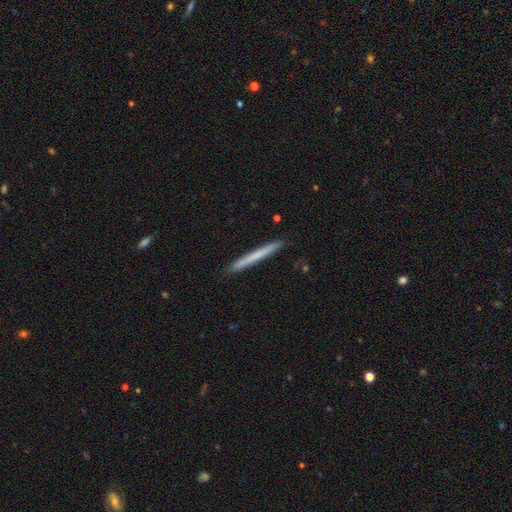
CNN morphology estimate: Smooth or featured? smooth (63%)
How rounded? cigar-shaped (97%)
Merging? none (92%)